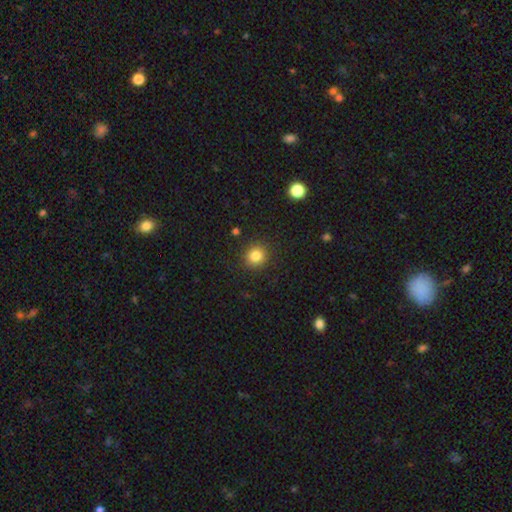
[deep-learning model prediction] Morphology: type=smooth (83%); roundness=round (87%); merging=none (89%).